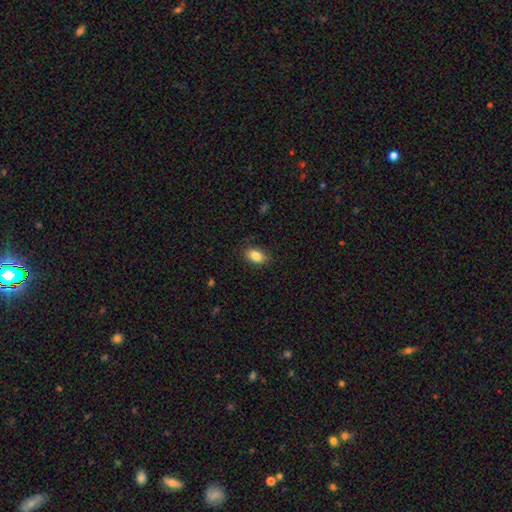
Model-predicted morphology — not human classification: The model was most divided on "merging": none: 86%, minor disturbance: 10%, major disturbance: 3%, merger: 1%. More confident: how rounded — in between (89%); smooth or featured — smooth (86%).